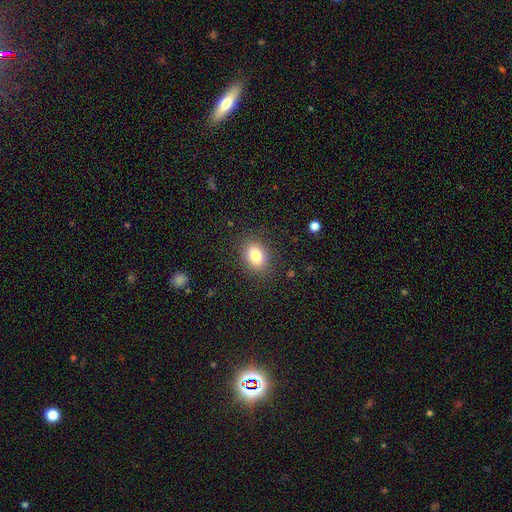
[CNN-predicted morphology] This appears to be a smooth galaxy with no disk features (81%) that is in between round and cigar-shaped (66%). Merging: none (86%).